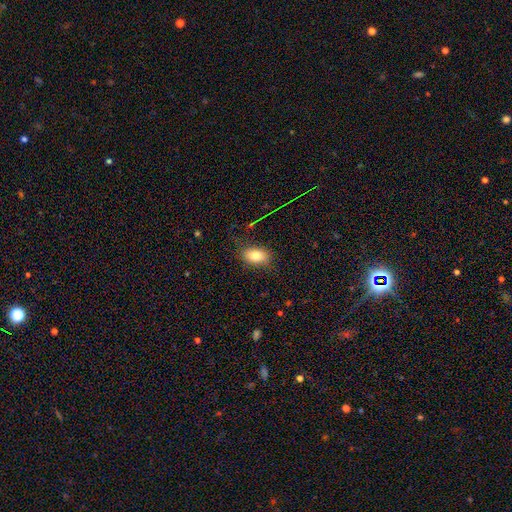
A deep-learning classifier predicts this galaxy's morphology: A smooth galaxy with no disk features (79%) that is in between round and cigar-shaped (88%). Merging: none (80%).